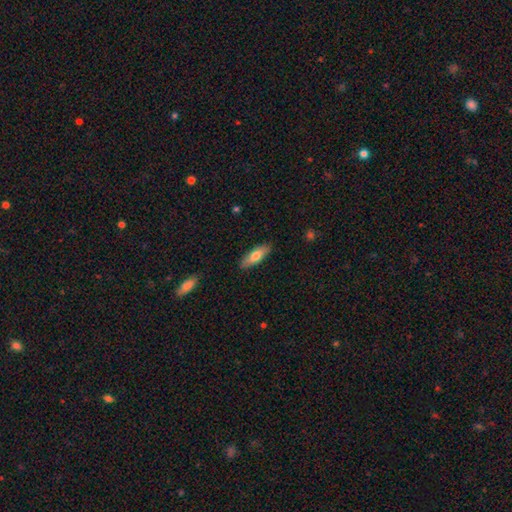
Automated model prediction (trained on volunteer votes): A smooth galaxy with no disk features (72%) that is in between round and cigar-shaped (54%).

Vote fractions:
- Smooth or featured? smooth: 72% / featured or disk: 22% / star or artifact: 6%
- How rounded? in between: 54% / cigar-shaped: 44% / round: 2%
- Merging? none: 87% / minor disturbance: 10% / major disturbance: 2% / merger: 1%